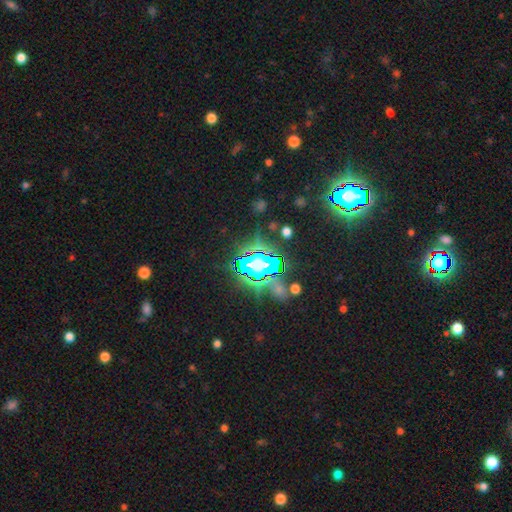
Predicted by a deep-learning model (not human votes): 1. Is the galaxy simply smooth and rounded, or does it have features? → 80% star or artifact, 11% smooth, 9% featured or disk.